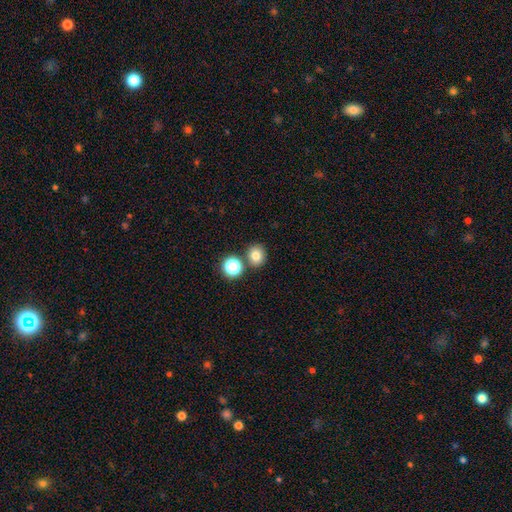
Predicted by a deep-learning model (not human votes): Smooth or featured?
  - smooth: 78% *
  - star or artifact: 15%
  - featured or disk: 7%
How rounded?
  - round: 79% *
  - in between: 20%
  - cigar-shaped: 1%
Merging?
  - none: 77% *
  - merger: 13%
  - minor disturbance: 7%
  - major disturbance: 2%